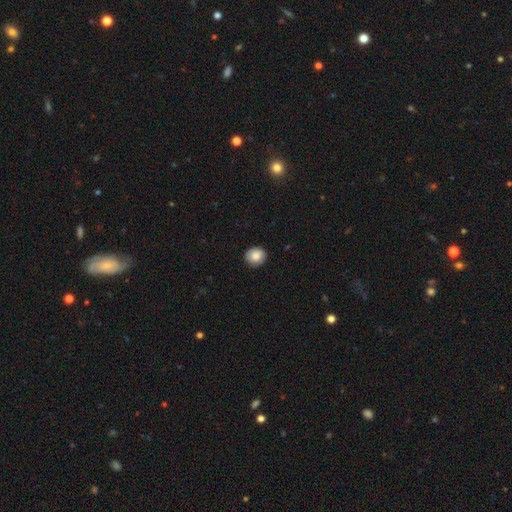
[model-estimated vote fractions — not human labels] Smooth or featured?
  - smooth: 84% *
  - featured or disk: 8%
  - star or artifact: 8%
How rounded?
  - round: 83% *
  - in between: 16%
  - cigar-shaped: 1%
Merging?
  - none: 89% *
  - minor disturbance: 8%
  - major disturbance: 2%
  - merger: 1%